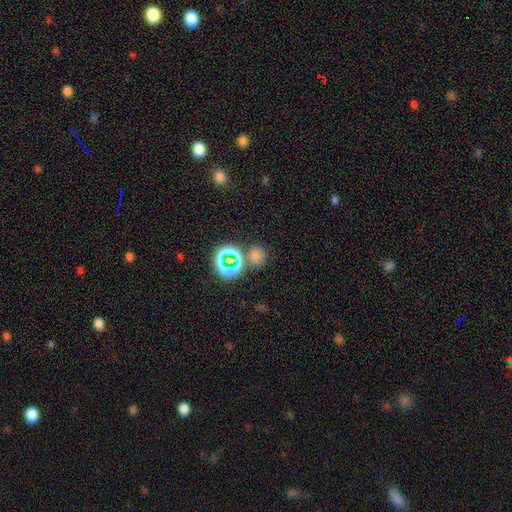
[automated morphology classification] Smooth or featured?
  - smooth: 61% *
  - star or artifact: 33%
  - featured or disk: 6%
How rounded?
  - round: 76% *
  - in between: 23%
  - cigar-shaped: 1%
Merging?
  - none: 70% *
  - merger: 15%
  - minor disturbance: 10%
  - major disturbance: 4%